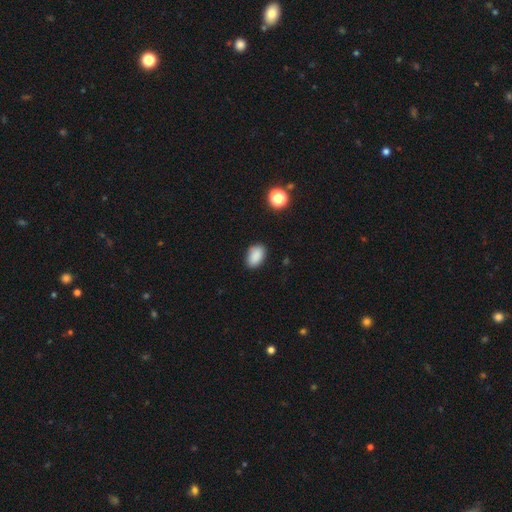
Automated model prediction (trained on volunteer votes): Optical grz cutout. It shows a smooth galaxy with no disk features (87%) that is in between round and cigar-shaped (87%). Merging: none (82%).